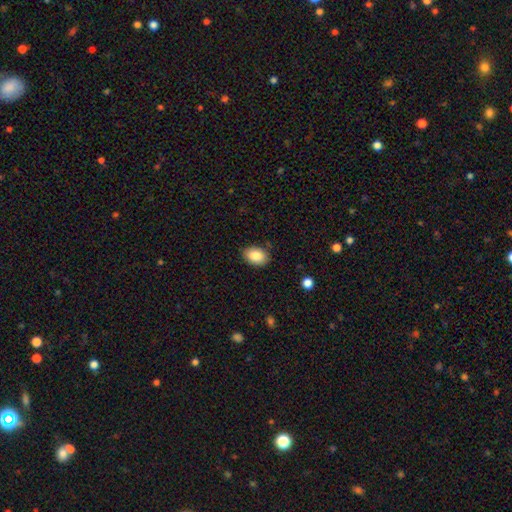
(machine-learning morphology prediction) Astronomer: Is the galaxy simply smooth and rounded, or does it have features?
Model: smooth — 86%.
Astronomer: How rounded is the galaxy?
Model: in between — 85%.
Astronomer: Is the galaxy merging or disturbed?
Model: none — 85%.